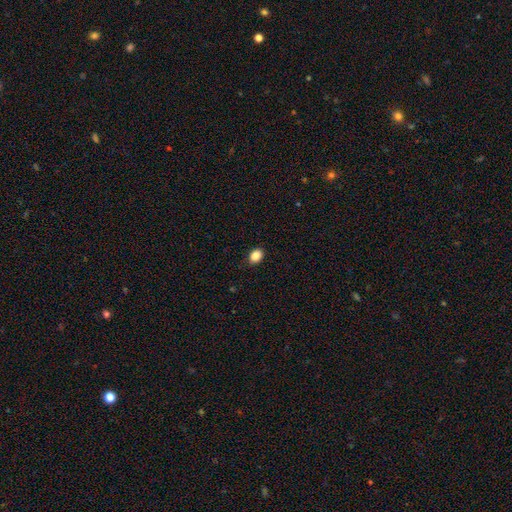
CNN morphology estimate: smooth-or-featured: smooth: 87% | star or artifact: 10% | featured or disk: 4%
  how-rounded: in between: 67% | round: 32% | cigar-shaped: 1%
  merging: none: 88% | minor disturbance: 9% | major disturbance: 2% | merger: 1%